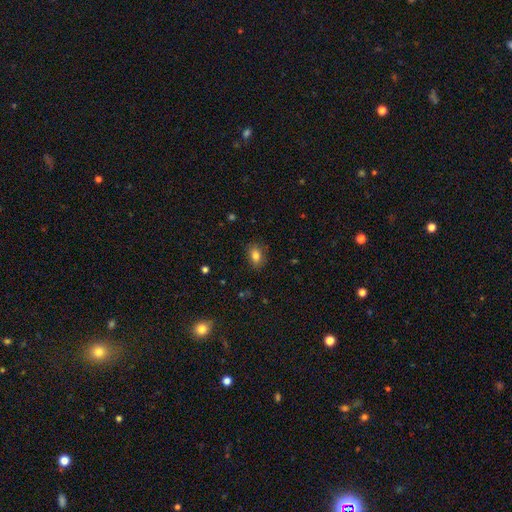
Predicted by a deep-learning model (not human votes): Overall: smooth (81%). How rounded: in between (77%). Merging: none (82%).